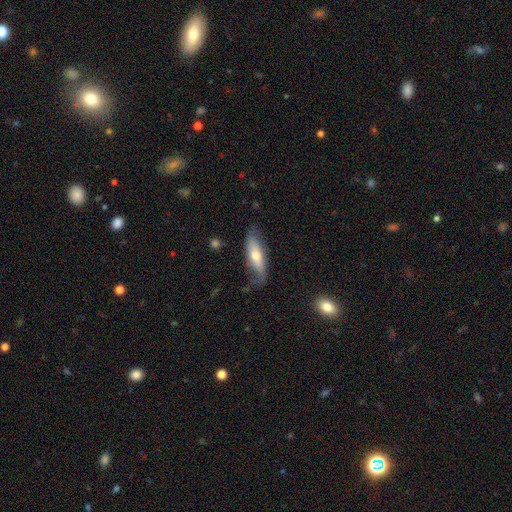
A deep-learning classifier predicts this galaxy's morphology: The model was most divided on "smooth or featured": featured or disk: 49%, smooth: 46%, star or artifact: 6%. More confident: merging — none (61%).